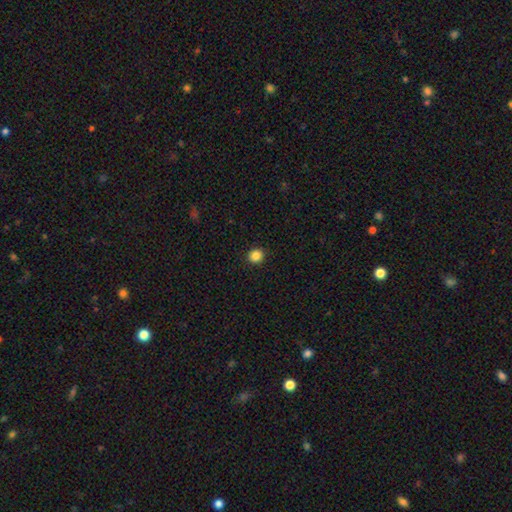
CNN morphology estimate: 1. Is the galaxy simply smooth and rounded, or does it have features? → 85% smooth, 11% star or artifact, 3% featured or disk.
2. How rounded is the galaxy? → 92% round, 7% in between, 1% cigar-shaped.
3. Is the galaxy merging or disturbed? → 92% none, 5% minor disturbance, 2% major disturbance, 1% merger.